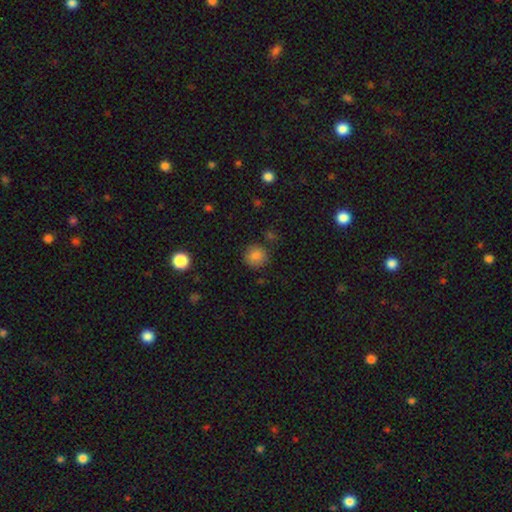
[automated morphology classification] A smooth galaxy with no disk features (85%) that is round (91%). Merging: none (83%).